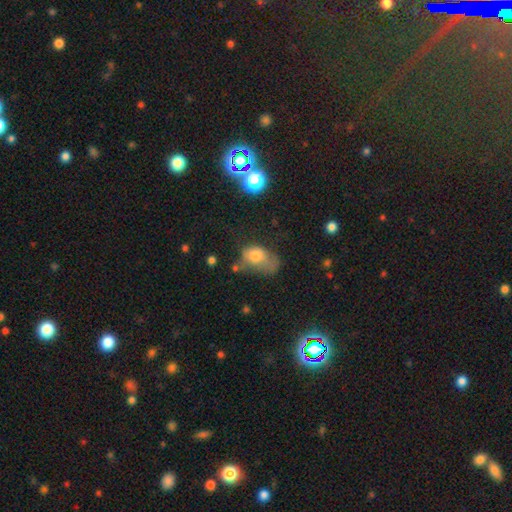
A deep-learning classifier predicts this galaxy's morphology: type=smooth (68%); roundness=in between (78%); merging=major disturbance (45%).